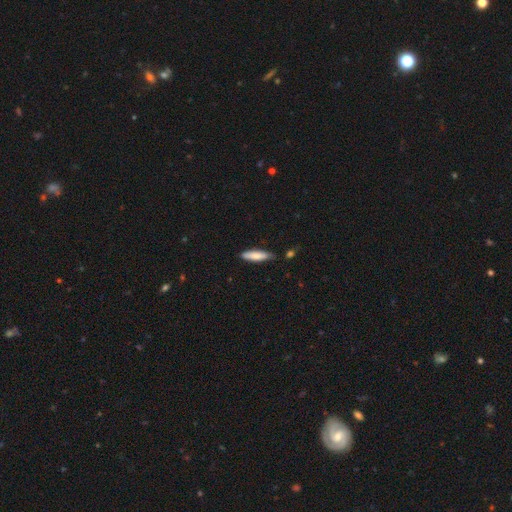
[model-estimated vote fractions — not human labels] Smooth or featured: smooth — 80% (featured or disk — 15%)
How rounded: cigar-shaped — 72% (in between — 26%)
Merging: none — 77% (minor disturbance — 17%)